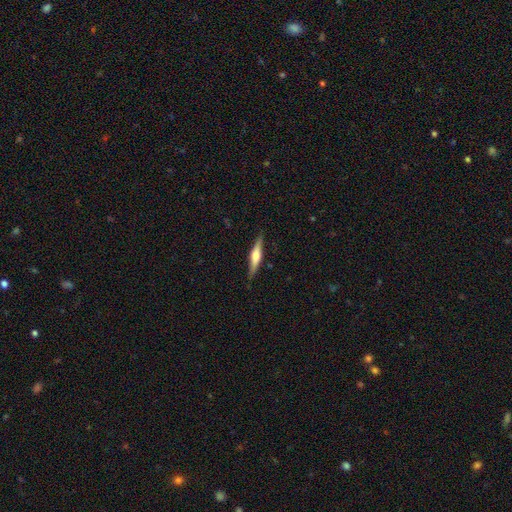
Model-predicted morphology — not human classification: Smooth or featured?
  - featured or disk: 65% *
  - smooth: 30%
  - star or artifact: 5%
Edge-on disk?
  - yes: 96% *
  - no: 4%
Edge-on bulge?
  - rounded: 85% *
  - boxy: 11%
  - none: 4%
Merging?
  - none: 87% *
  - minor disturbance: 10%
  - major disturbance: 2%
  - merger: 1%